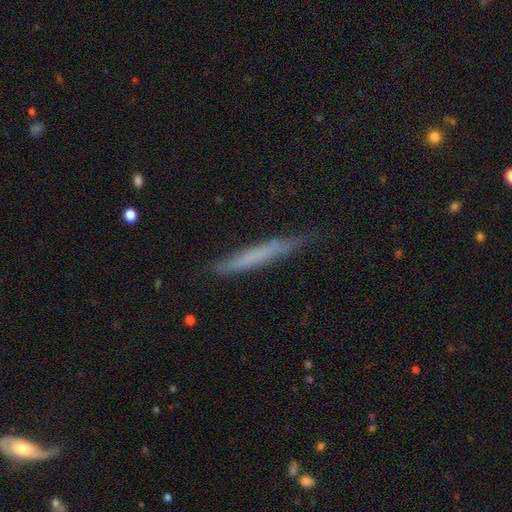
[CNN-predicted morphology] A smooth galaxy with no disk features (56%) that is cigar-shaped (96%).

Vote fractions:
- Smooth or featured? smooth: 56% / featured or disk: 37% / star or artifact: 8%
- How rounded? cigar-shaped: 96% / in between: 3% / round: 1%
- Merging? none: 76% / minor disturbance: 19% / major disturbance: 3% / merger: 2%